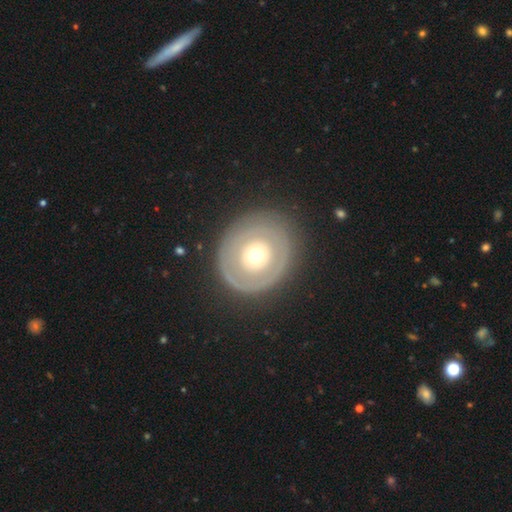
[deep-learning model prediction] The model was most divided on "smooth or featured": featured or disk: 55%, smooth: 39%, star or artifact: 6%. More confident: edge-on disk — no (94%); bar — no (93%); spiral arms — no (87%); merging — none (81%); bulge size — moderate (54%).